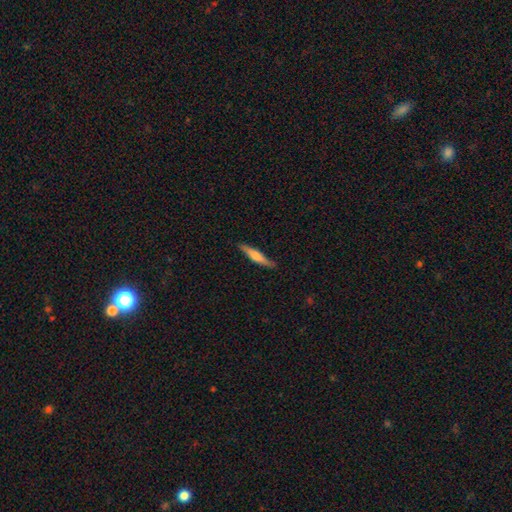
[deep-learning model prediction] This appears to be a featured or disk galaxy (47%, tied with smooth). Merging: none (87%).